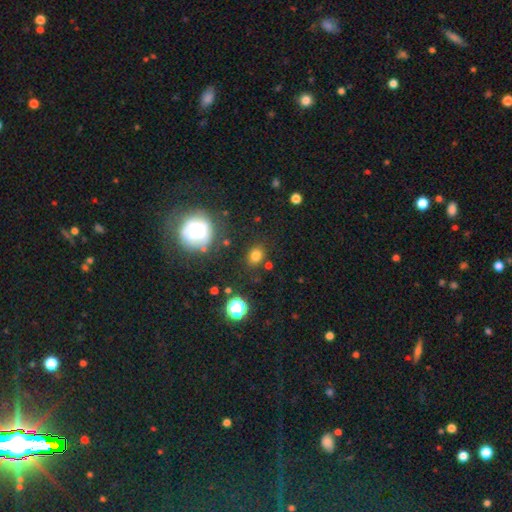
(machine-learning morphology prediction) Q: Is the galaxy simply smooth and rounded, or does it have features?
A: smooth — 76%.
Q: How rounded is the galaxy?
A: round — 50%.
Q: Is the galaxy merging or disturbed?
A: none — 81%.